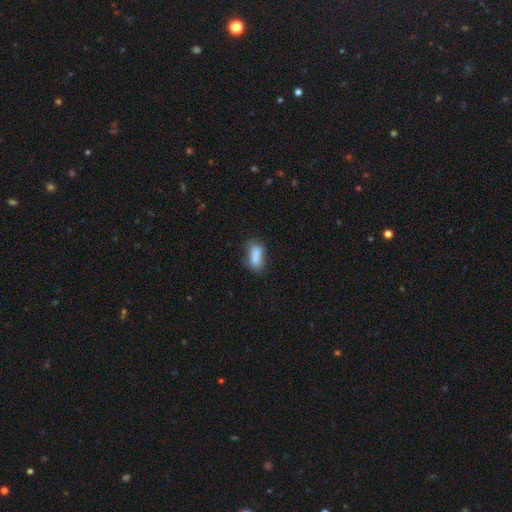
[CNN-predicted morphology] Q: Smooth or featured?
A: smooth (81%); runner-up: featured or disk (10%)
Q: How rounded?
A: in between (74%); runner-up: cigar-shaped (22%)
Q: Merging?
A: none (59%); runner-up: minor disturbance (26%)